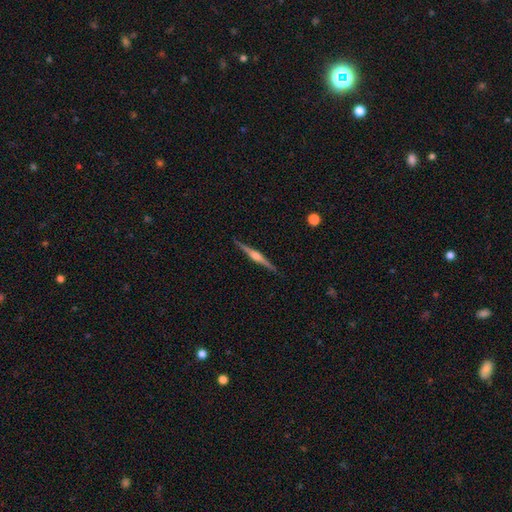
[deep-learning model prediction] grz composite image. It shows a featured or disk galaxy (84%) viewed edge-on (99%) with a rounded central bulge (85%). Merging: none (92%).